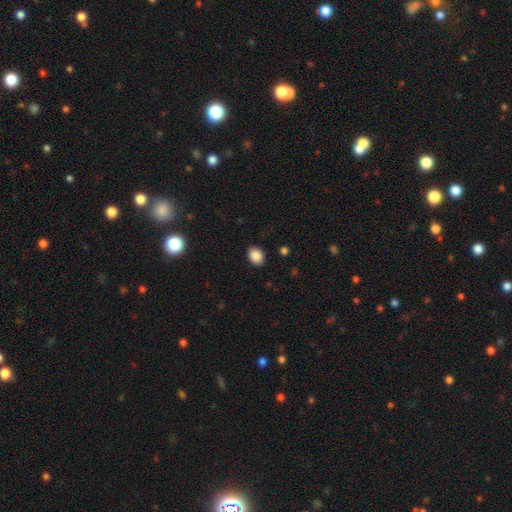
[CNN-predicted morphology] The model was most divided on "how rounded": in between: 62%, round: 37%, cigar-shaped: 1%. More confident: merging — none (89%); smooth or featured — smooth (88%).